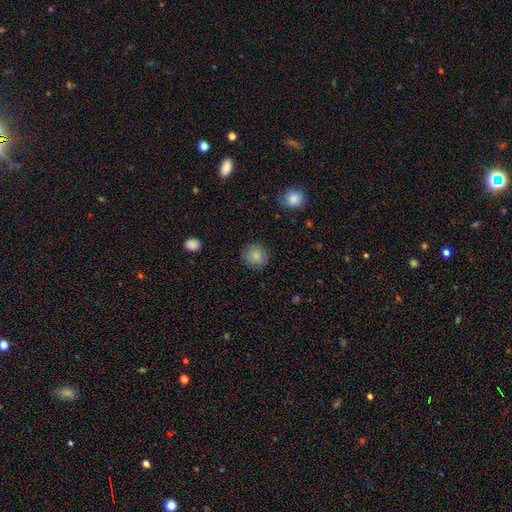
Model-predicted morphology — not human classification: A smooth galaxy with no disk features (86%) that is round (91%). Merging: none (88%).